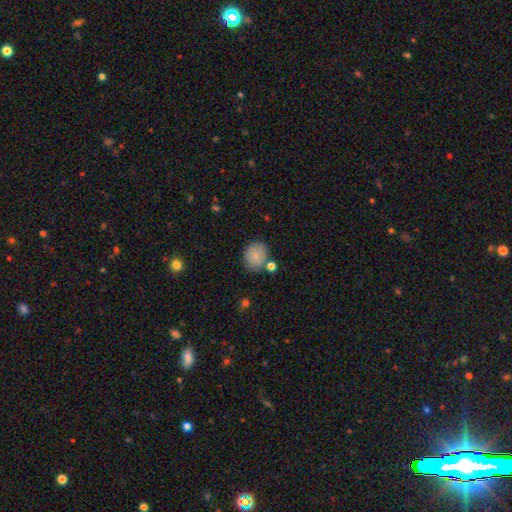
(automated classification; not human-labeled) Smooth or featured?
  - smooth: 72% *
  - featured or disk: 19%
  - star or artifact: 9%
How rounded?
  - round: 67% *
  - in between: 32%
  - cigar-shaped: 1%
Merging?
  - none: 71% *
  - minor disturbance: 16%
  - merger: 9%
  - major disturbance: 4%